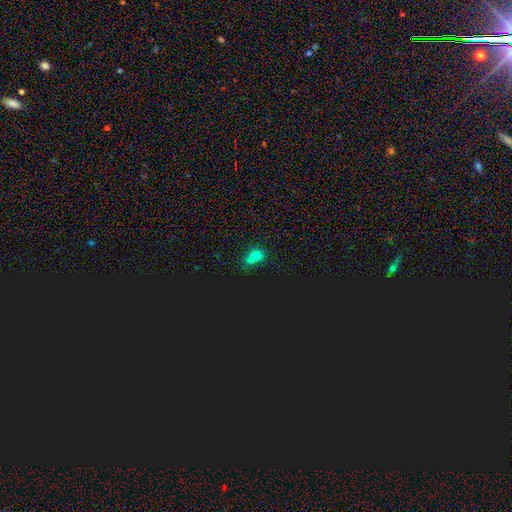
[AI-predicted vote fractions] Smooth or featured? smooth (60%)
How rounded? round (70%)
Merging? merger (60%)